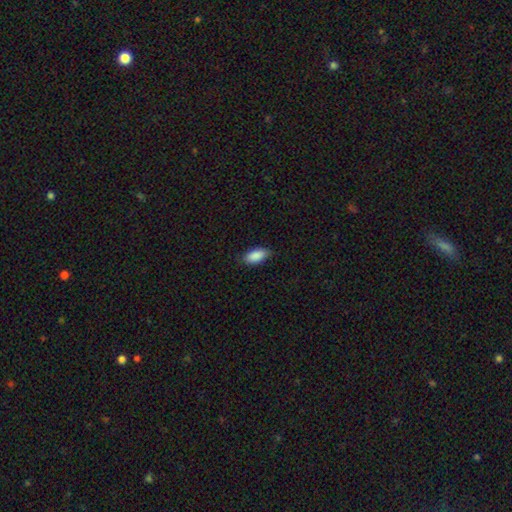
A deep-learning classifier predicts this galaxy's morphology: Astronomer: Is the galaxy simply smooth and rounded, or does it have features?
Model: smooth — 89%.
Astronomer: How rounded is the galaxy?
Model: in between — 90%.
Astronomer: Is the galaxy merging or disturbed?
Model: none — 82%.